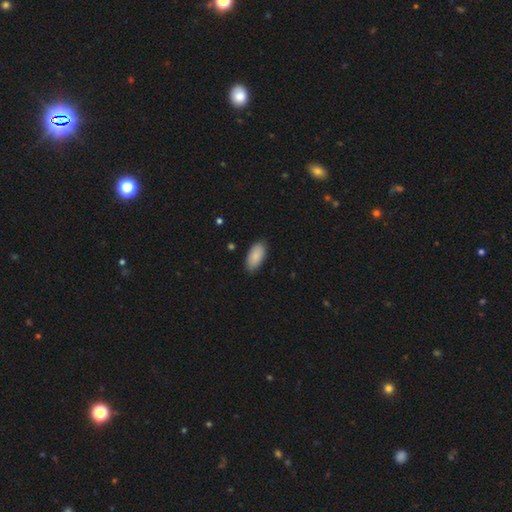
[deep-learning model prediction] Smooth or featured?
  - smooth: 86% *
  - featured or disk: 8%
  - star or artifact: 6%
How rounded?
  - in between: 93% *
  - cigar-shaped: 5%
  - round: 2%
Merging?
  - none: 85% *
  - minor disturbance: 12%
  - major disturbance: 2%
  - merger: 1%